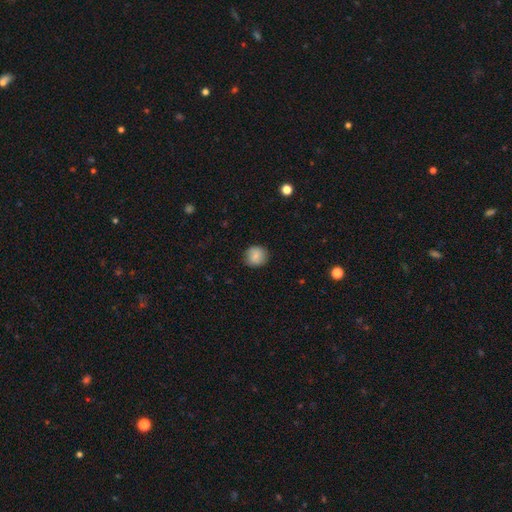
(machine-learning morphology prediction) This is clearly a smooth galaxy (84%). How rounded: clearly round (90%). Merging: clearly none (87%).